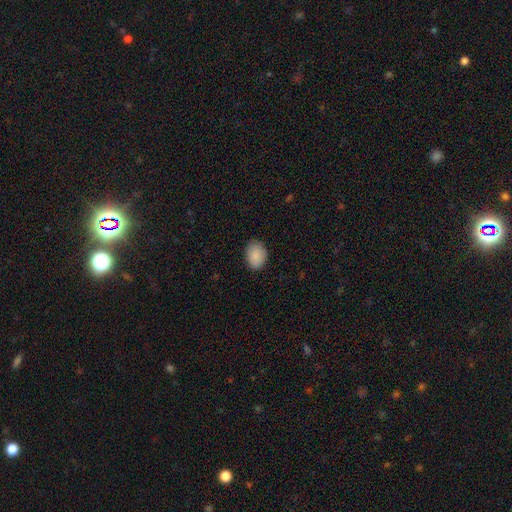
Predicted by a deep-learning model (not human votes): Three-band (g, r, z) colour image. It shows a smooth galaxy with no disk features (89%) that is in between round and cigar-shaped (70%). Merging: none (84%).